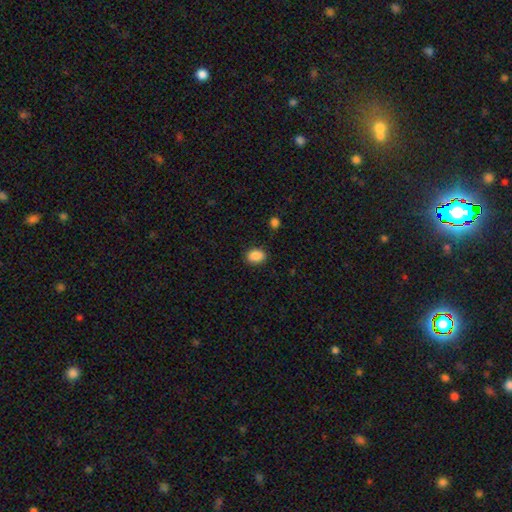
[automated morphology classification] This is clearly a smooth galaxy (89%). How rounded: likely in between (71%). Merging: clearly none (88%).